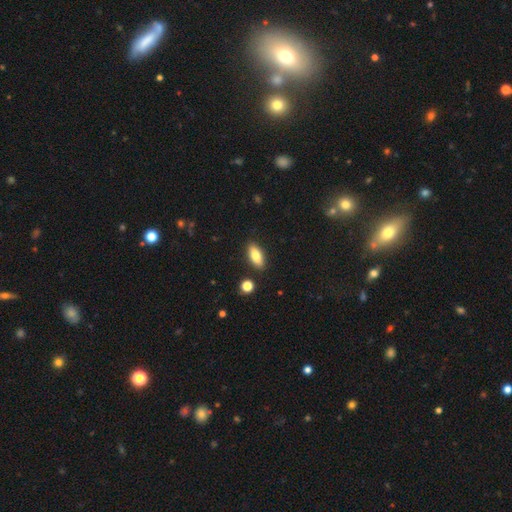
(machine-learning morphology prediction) smooth 78%, featured or disk 15%, star or artifact 7%. Down the decision tree: how rounded — in between (83%); merging — none (86%).